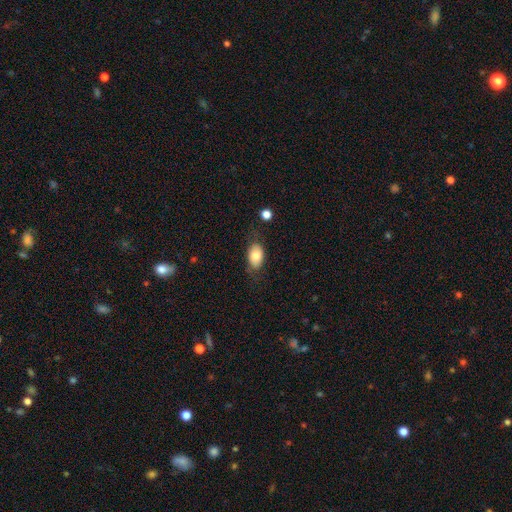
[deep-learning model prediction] A smooth galaxy with no disk features (78%) that is in between round and cigar-shaped (86%). Merging: none (72%).